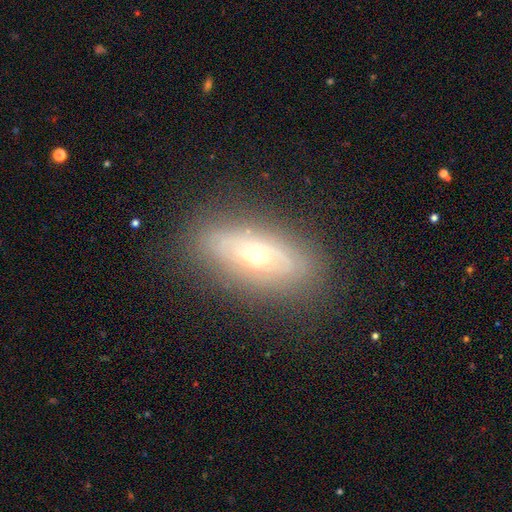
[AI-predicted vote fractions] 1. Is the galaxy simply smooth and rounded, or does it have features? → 59% featured or disk, 32% smooth, 9% star or artifact.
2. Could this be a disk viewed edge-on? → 72% no, 28% yes.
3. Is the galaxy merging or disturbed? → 80% none, 14% minor disturbance, 5% major disturbance, 1% merger.